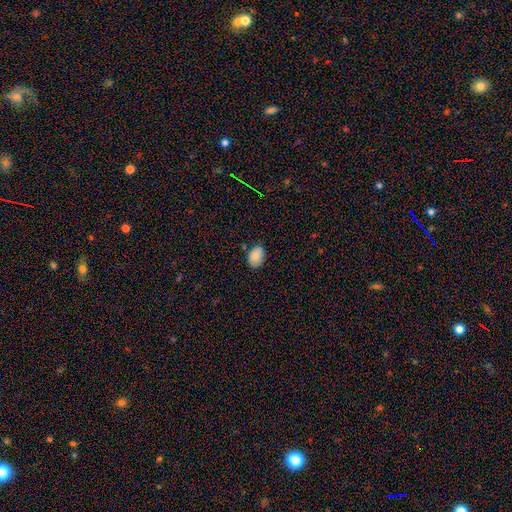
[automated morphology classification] smooth_or_featured: smooth (p=0.86) [alt: star or artifact p=0.08]
how_rounded: in between (p=0.84) [alt: round p=0.15]
merging: none (p=0.76) [alt: minor disturbance p=0.19]